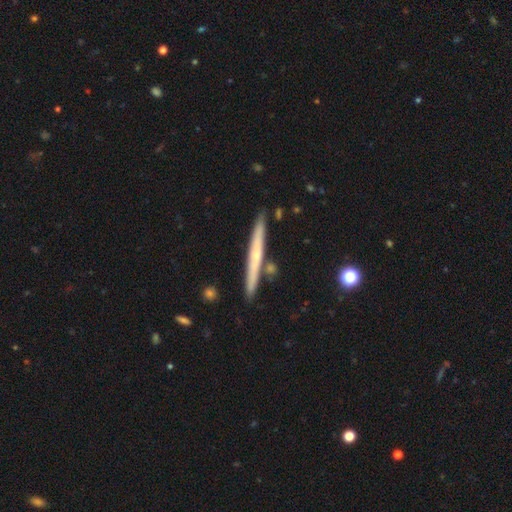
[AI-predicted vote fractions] This is possibly a featured or disk galaxy (54%). It is clearly viewed edge-on (96%). Edge-on bulge: possibly none (55%). Merging: clearly none (86%).